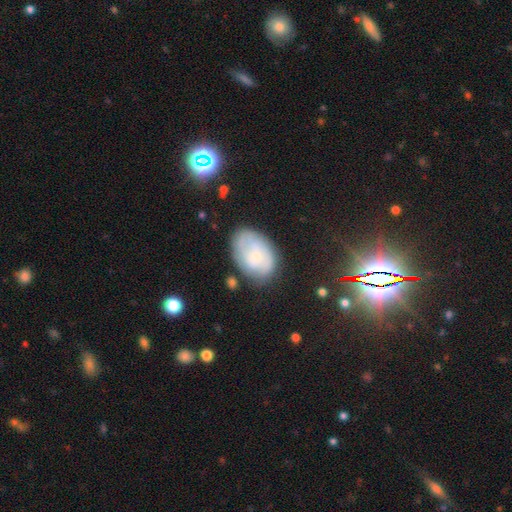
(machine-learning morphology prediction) A smooth galaxy with no disk features (49%). Merging: none (69%).